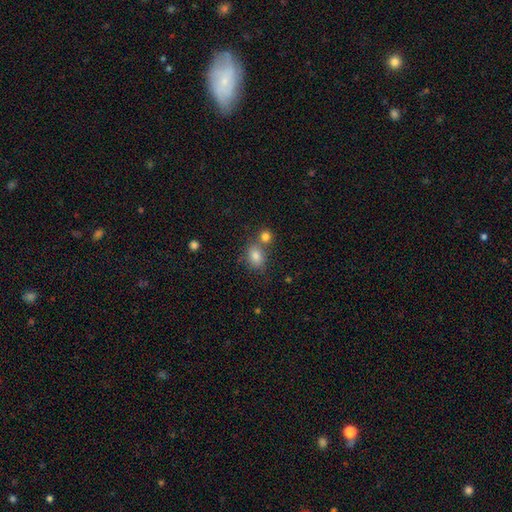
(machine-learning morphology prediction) Smooth or featured: smooth — 80% (star or artifact — 12%)
How rounded: in between — 60% (round — 38%)
Merging: none — 54% (merger — 30%)